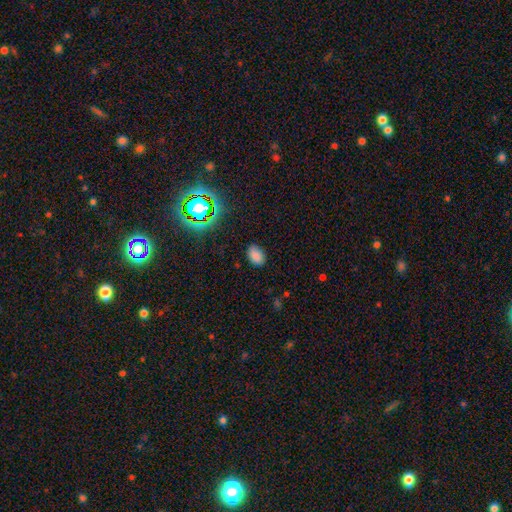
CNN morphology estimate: This is likely a smooth galaxy (79%). How rounded: clearly in between (86%). Merging: clearly none (84%).